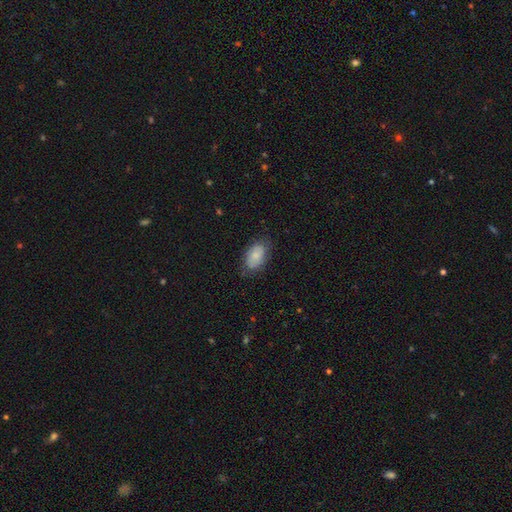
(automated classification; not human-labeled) Morphology: type=smooth (78%); roundness=in between (92%); merging=none (73%).